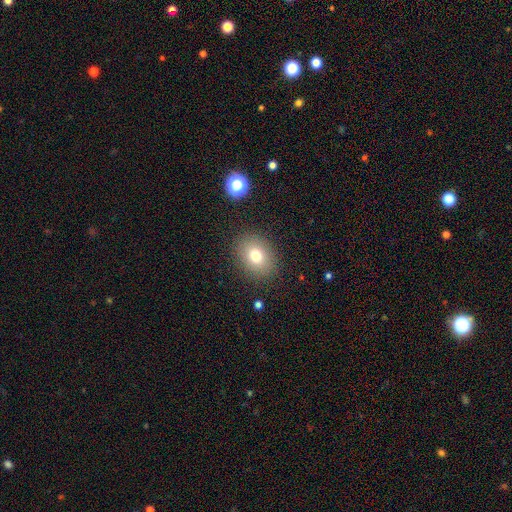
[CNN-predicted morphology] This is likely a smooth galaxy (76%). How rounded: possibly in between (51%). Merging: clearly none (87%).